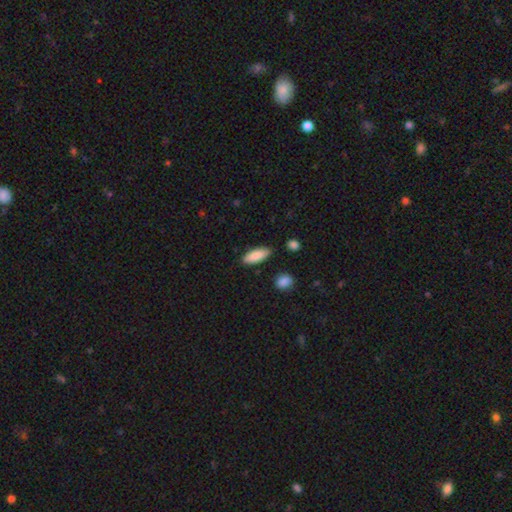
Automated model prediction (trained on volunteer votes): This appears to be a smooth galaxy with no disk features (88%) that is in between round and cigar-shaped (73%). Merging: none (85%).